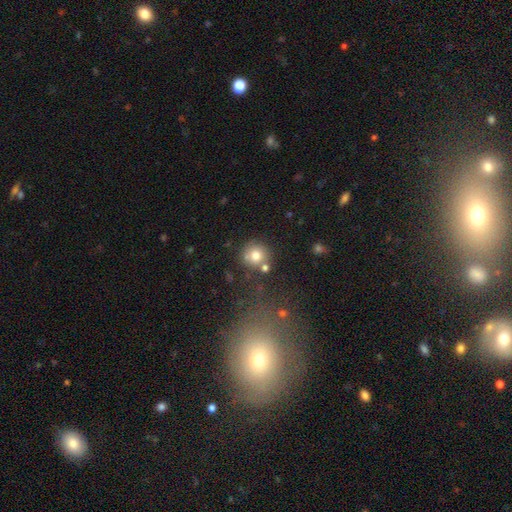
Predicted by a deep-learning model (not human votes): smooth_or_featured: smooth (p=0.76) [alt: star or artifact p=0.12]
how_rounded: round (p=0.92) [alt: in between p=0.07]
merging: none (p=0.70) [alt: merger p=0.15]